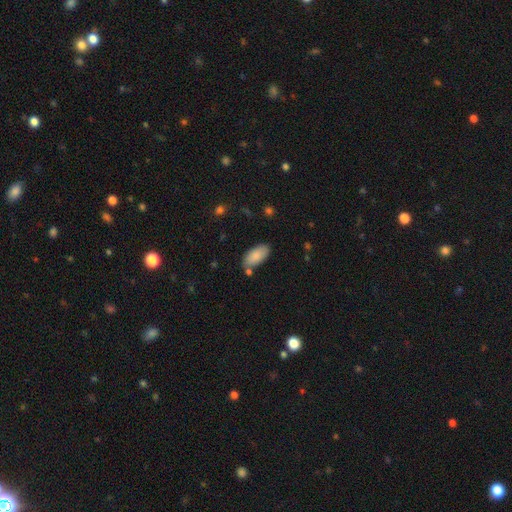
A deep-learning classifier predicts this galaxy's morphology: This is clearly a smooth galaxy (86%). How rounded: clearly in between (93%). Merging: likely none (74%).